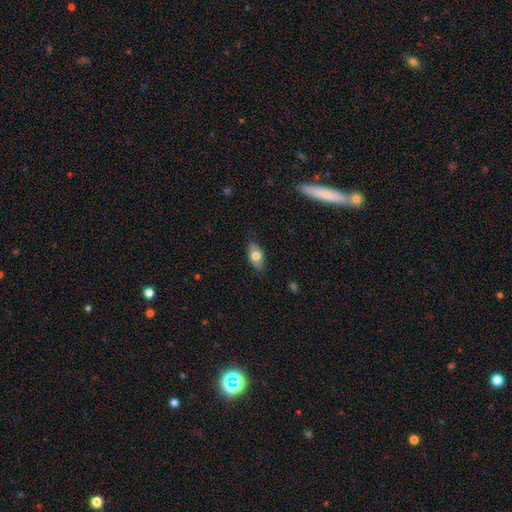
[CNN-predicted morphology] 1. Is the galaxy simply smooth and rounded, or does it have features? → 73% smooth, 20% featured or disk, 7% star or artifact.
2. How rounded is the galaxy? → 87% in between, 6% cigar-shaped, 6% round.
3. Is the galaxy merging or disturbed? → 84% none, 13% minor disturbance, 2% major disturbance, 1% merger.